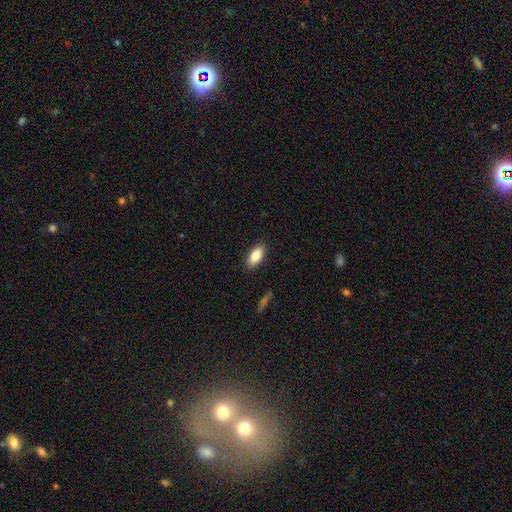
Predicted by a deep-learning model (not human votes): This is clearly a smooth galaxy (88%). How rounded: clearly in between (90%). Merging: clearly none (88%).